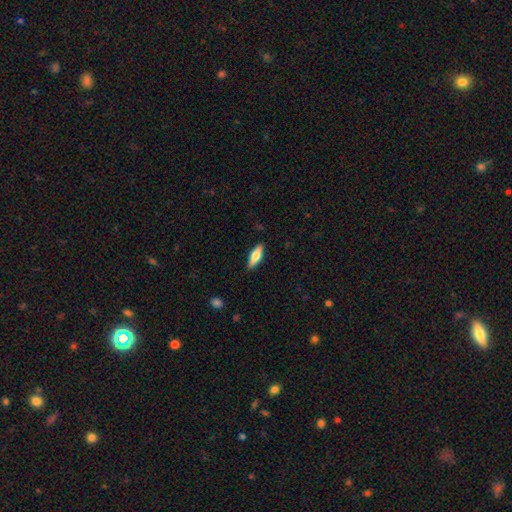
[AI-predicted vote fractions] smooth 65%, featured or disk 29%, star or artifact 6%. Down the decision tree: how rounded — in between (54%); merging — none (88%).